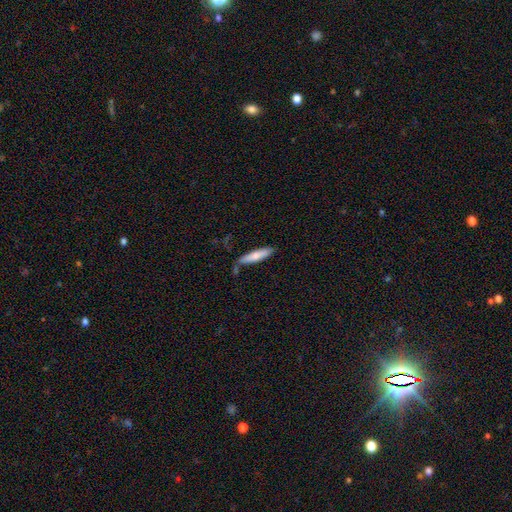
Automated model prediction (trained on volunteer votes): smooth_or_featured: smooth (p=0.73) [alt: featured or disk p=0.22]
how_rounded: cigar-shaped (p=0.78) [alt: in between p=0.21]
merging: none (p=0.75) [alt: minor disturbance p=0.16]